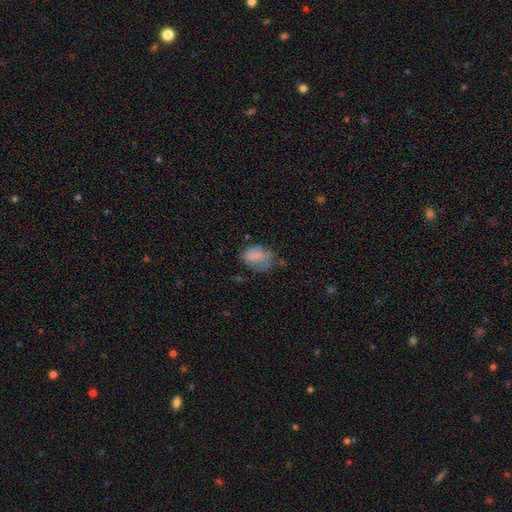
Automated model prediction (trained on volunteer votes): A smooth galaxy with no disk features (74%) that is in between round and cigar-shaped (74%).

Vote fractions:
- Smooth or featured? smooth: 74% / featured or disk: 16% / star or artifact: 10%
- How rounded? in between: 74% / round: 25% / cigar-shaped: 1%
- Merging? none: 42% / minor disturbance: 33% / major disturbance: 21% / merger: 4%